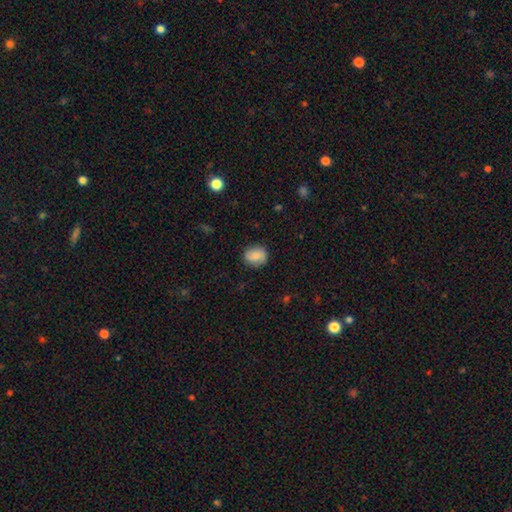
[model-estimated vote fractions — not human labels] Overall: smooth (77%). How rounded: round (67%; in between 32%). Merging: none (80%).